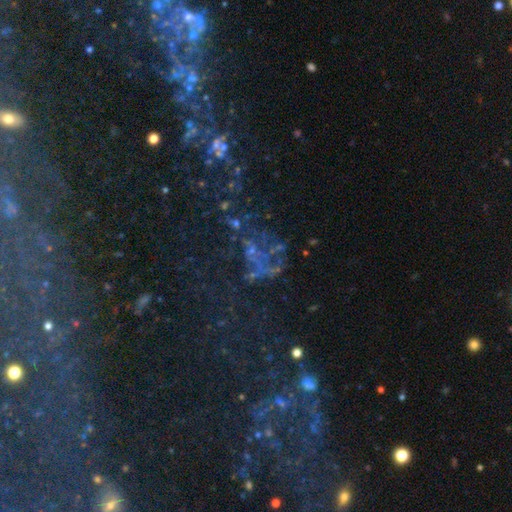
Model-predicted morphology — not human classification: A star or artifact, not a galaxy (49%).

Vote fractions:
- Smooth or featured? star or artifact: 49% / featured or disk: 34% / smooth: 17%